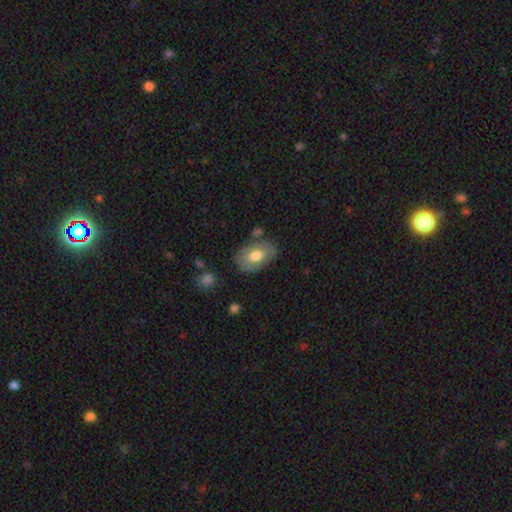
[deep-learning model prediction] A smooth galaxy with no disk features (60%) that is in between round and cigar-shaped (89%).

Vote fractions:
- Smooth or featured? smooth: 60% / featured or disk: 35% / star or artifact: 6%
- How rounded? in between: 89% / round: 10% / cigar-shaped: 1%
- Merging? none: 73% / minor disturbance: 17% / major disturbance: 5% / merger: 5%